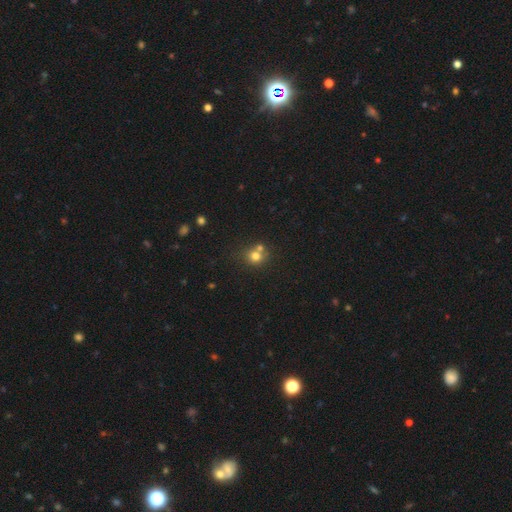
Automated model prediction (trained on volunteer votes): smooth_or_featured: smooth (p=0.75) [alt: star or artifact p=0.14]
how_rounded: round (p=0.83) [alt: in between p=0.16]
merging: none (p=0.52) [alt: merger p=0.36]